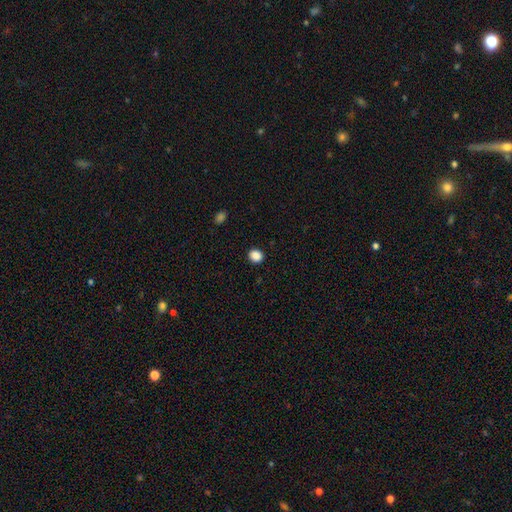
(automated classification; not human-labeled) smooth-or-featured: smooth: 87% | star or artifact: 10% | featured or disk: 3%
  how-rounded: round: 76% | in between: 23% | cigar-shaped: 1%
  merging: none: 92% | minor disturbance: 5% | major disturbance: 2% | merger: 1%